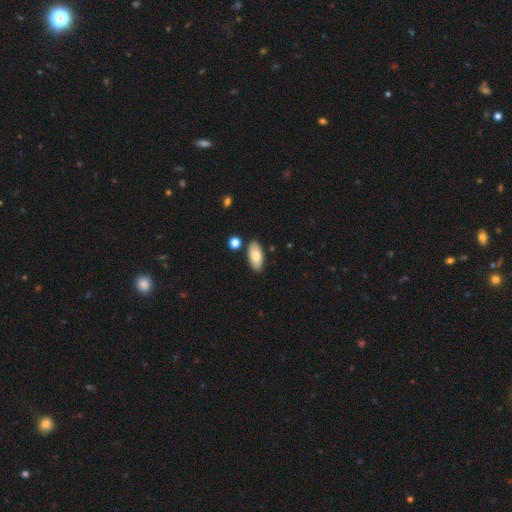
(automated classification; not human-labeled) Smooth or featured?
  - smooth: 74% *
  - featured or disk: 20%
  - star or artifact: 7%
How rounded?
  - in between: 92% *
  - cigar-shaped: 5%
  - round: 3%
Merging?
  - none: 83% *
  - minor disturbance: 10%
  - merger: 5%
  - major disturbance: 2%